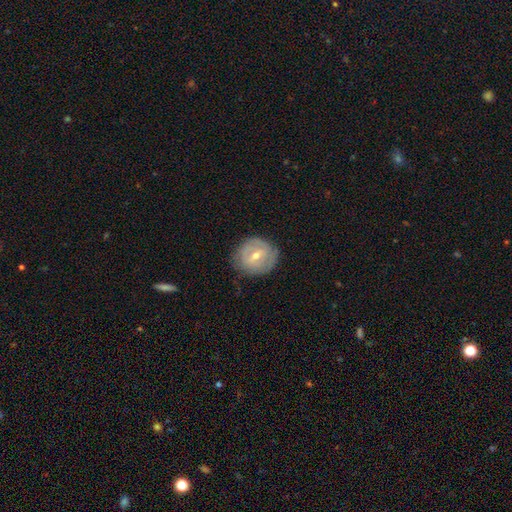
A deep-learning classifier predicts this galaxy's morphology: type=featured or disk (58%); edge-on=no (95%); bar=weak (50%); spiral arms=yes (55%); bulge=moderate (50%); merging=none (76%).